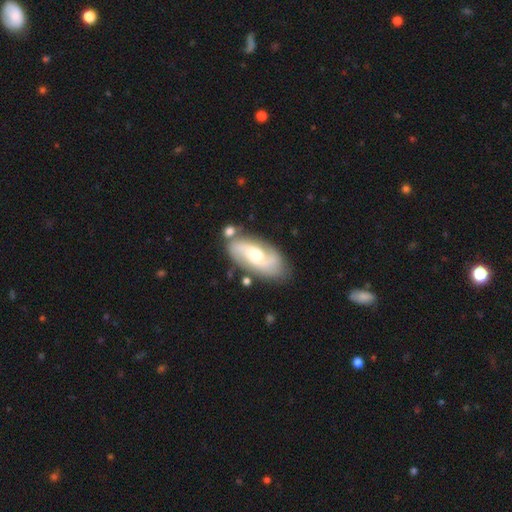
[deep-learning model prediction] featured or disk 73%, smooth 21%, star or artifact 5%. Down the decision tree: edge-on disk — no (93%); bar — no (57%); spiral arms — yes (92%); spiral arm count — 2 (83%); spiral winding — medium (45%); bulge size — moderate (62%); merging — none (70%).